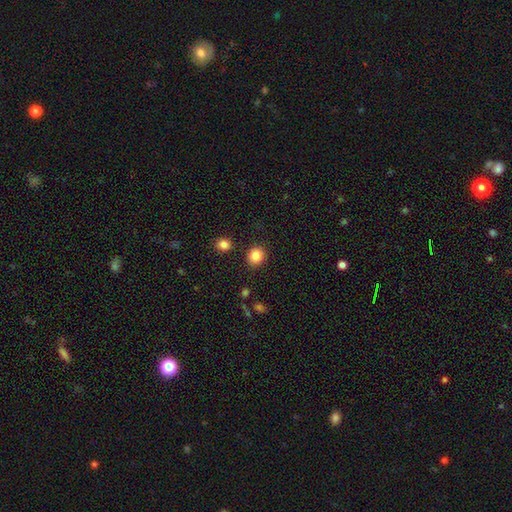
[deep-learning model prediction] A smooth galaxy with no disk features (86%) that is round (82%). Merging: none (88%).